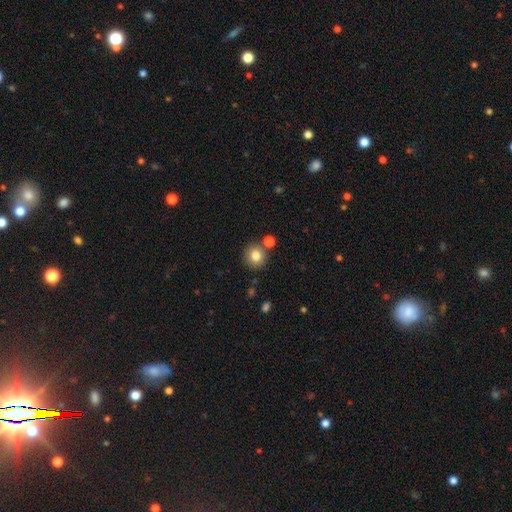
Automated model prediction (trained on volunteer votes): Smooth or featured? smooth (81%)
How rounded? round (90%)
Merging? none (78%)